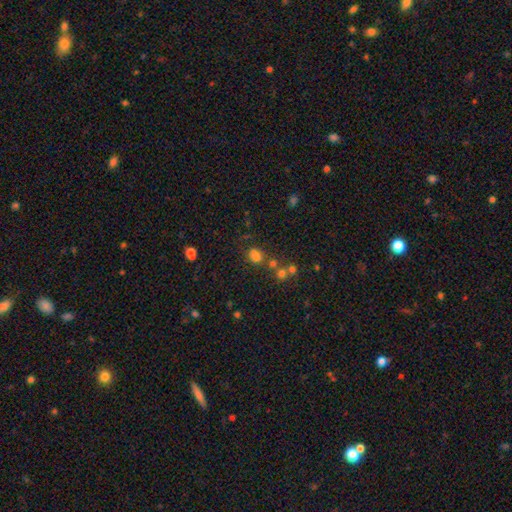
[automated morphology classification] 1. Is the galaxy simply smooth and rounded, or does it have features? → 70% smooth, 21% star or artifact, 9% featured or disk.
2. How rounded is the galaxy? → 65% in between, 33% round, 2% cigar-shaped.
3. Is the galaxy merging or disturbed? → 60% none, 16% merger, 16% minor disturbance, 8% major disturbance.